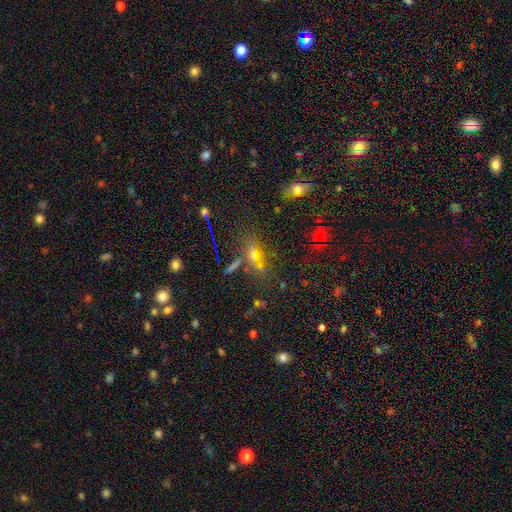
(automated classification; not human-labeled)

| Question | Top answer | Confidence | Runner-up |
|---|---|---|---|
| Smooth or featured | smooth | 41% | star or artifact (34%) |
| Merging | none | 64% | minor disturbance (14%) |